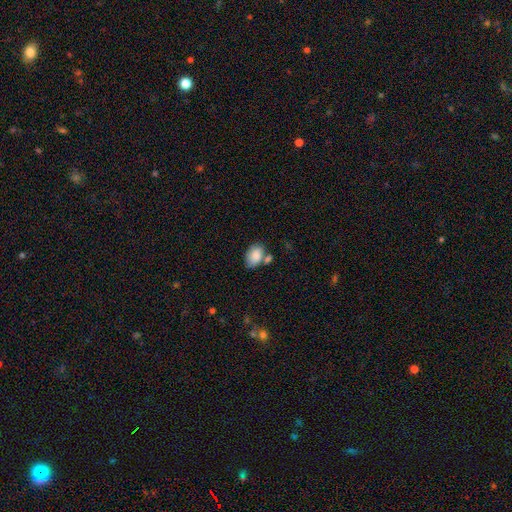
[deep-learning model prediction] A smooth galaxy with no disk features (84%) that is in between round and cigar-shaped (83%).

Vote fractions:
- Smooth or featured? smooth: 84% / featured or disk: 9% / star or artifact: 7%
- How rounded? in between: 83% / round: 16% / cigar-shaped: 1%
- Merging? none: 56% / merger: 21% / minor disturbance: 18% / major disturbance: 5%